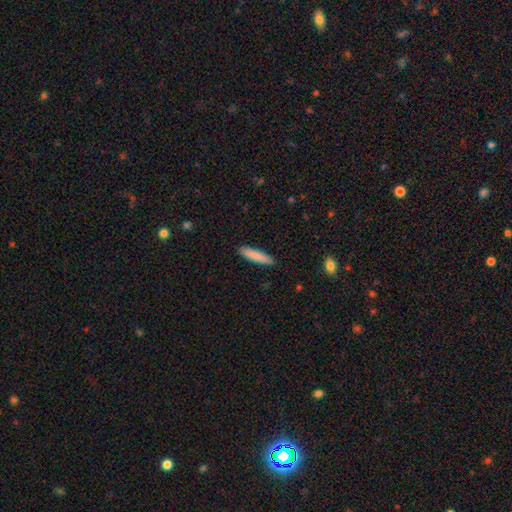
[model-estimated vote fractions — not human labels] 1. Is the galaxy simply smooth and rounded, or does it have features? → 84% smooth, 10% featured or disk, 6% star or artifact.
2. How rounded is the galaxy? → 85% cigar-shaped, 13% in between, 1% round.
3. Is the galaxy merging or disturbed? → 91% none, 7% minor disturbance, 1% major disturbance, 1% merger.